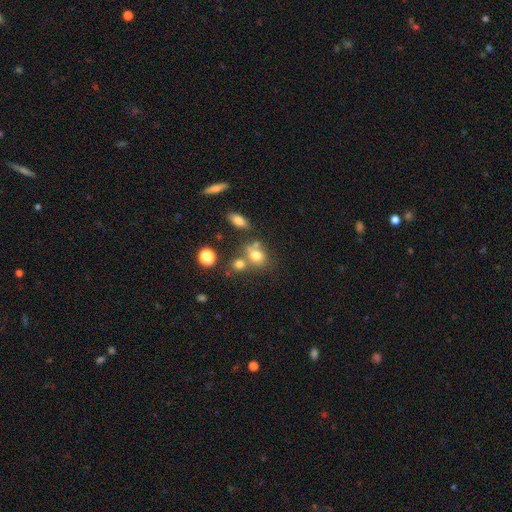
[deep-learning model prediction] Smooth or featured? Predicted: smooth (p=0.72). How rounded? Predicted: round (p=0.61). Merging? Predicted: none (p=0.47).